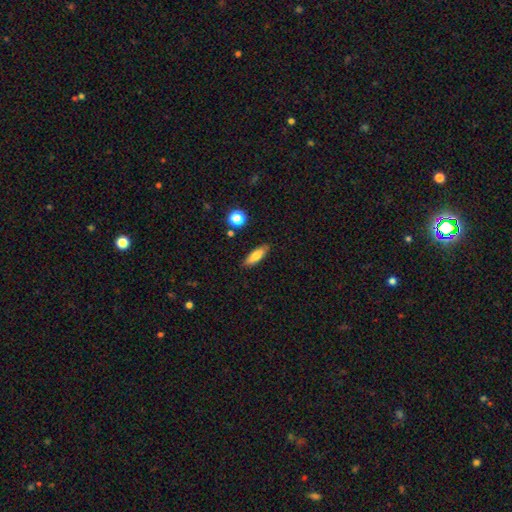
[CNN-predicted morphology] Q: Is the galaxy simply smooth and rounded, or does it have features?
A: smooth — 78%.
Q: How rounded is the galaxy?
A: in between — 49%.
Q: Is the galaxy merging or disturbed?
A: none — 86%.